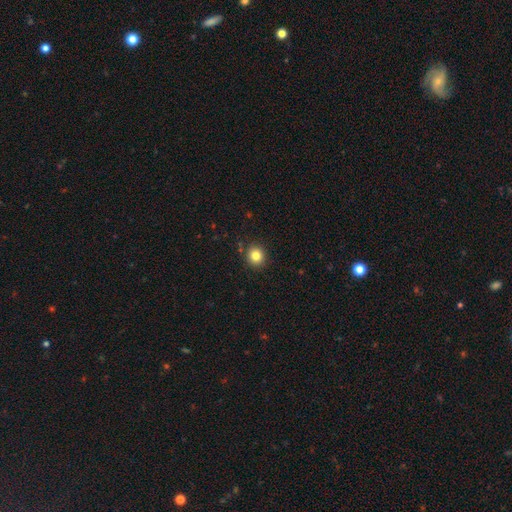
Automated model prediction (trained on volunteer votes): Overall: smooth (82%). How rounded: round (89%). Merging: none (89%).